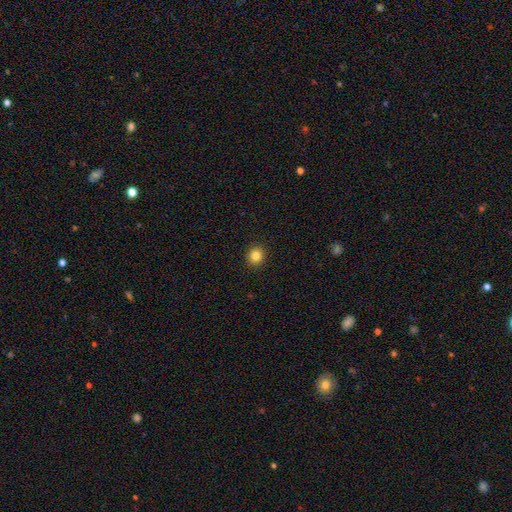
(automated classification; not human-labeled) This appears to be a smooth galaxy with no disk features (84%) that is round (89%). Merging: none (93%).